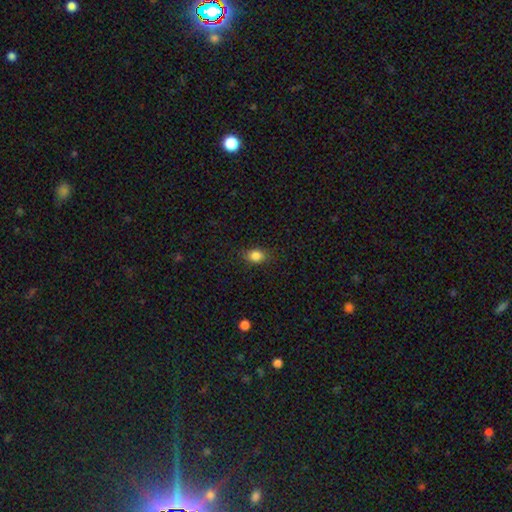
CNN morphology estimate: type=smooth (84%); roundness=in between (67%); merging=none (81%).